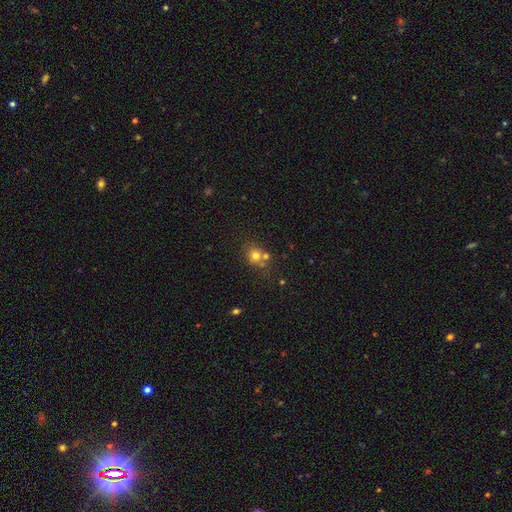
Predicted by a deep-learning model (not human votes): Smooth or featured? Predicted: smooth (p=0.70). How rounded? Predicted: round (p=0.75). Merging? Predicted: none (p=0.55).